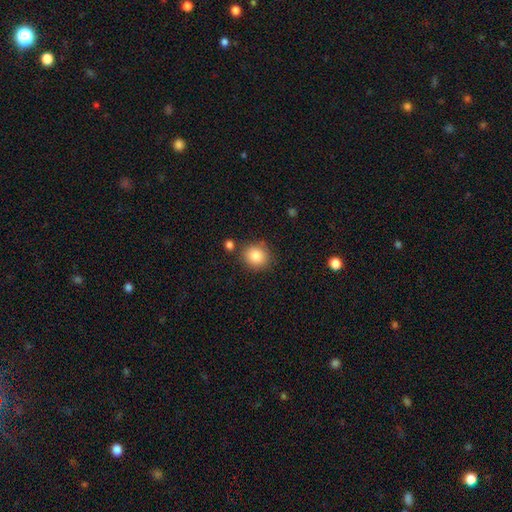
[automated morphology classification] Overall: smooth (85%). How rounded: round (83%). Merging: none (80%).